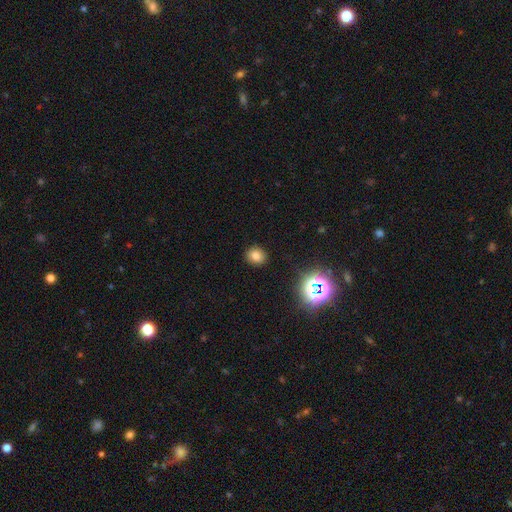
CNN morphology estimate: smooth-or-featured: smooth: 76% | star or artifact: 17% | featured or disk: 7%
  how-rounded: round: 78% | in between: 21% | cigar-shaped: 1%
  merging: none: 89% | minor disturbance: 7% | major disturbance: 2% | merger: 1%